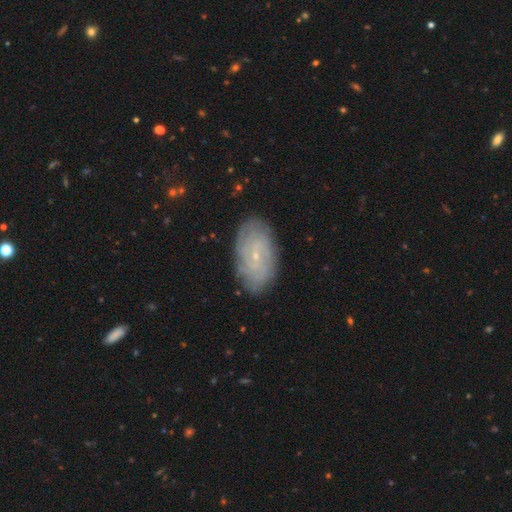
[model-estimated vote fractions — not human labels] The model was most divided on "bar": no: 62%, weak: 31%, strong: 7%. More confident: edge-on disk — no (93%); bulge size — small (85%); merging — none (83%); spiral arms — yes (81%); smooth or featured — featured or disk (62%).